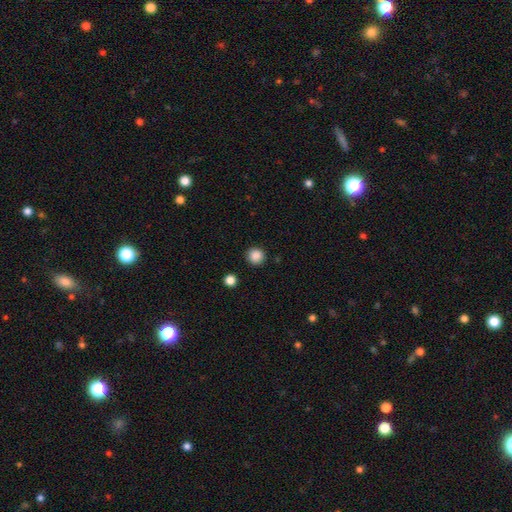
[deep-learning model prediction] A smooth galaxy with no disk features (87%) that is round (94%).

Vote fractions:
- Smooth or featured? smooth: 87% / star or artifact: 10% / featured or disk: 3%
- How rounded? round: 94% / in between: 5% / cigar-shaped: 1%
- Merging? none: 90% / minor disturbance: 6% / major disturbance: 2% / merger: 2%